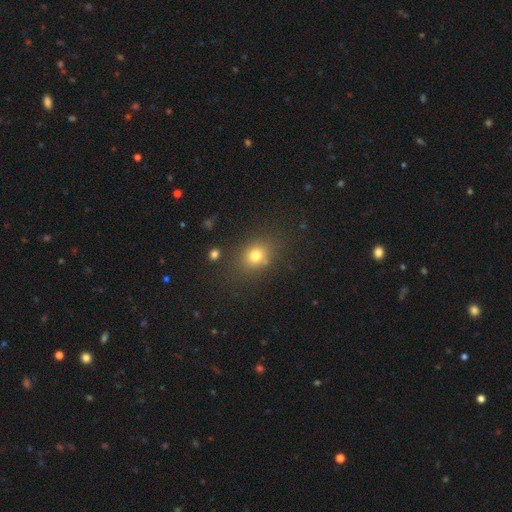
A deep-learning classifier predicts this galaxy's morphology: This is likely a smooth galaxy (76%). How rounded: possibly round (51%). Merging: likely none (78%).